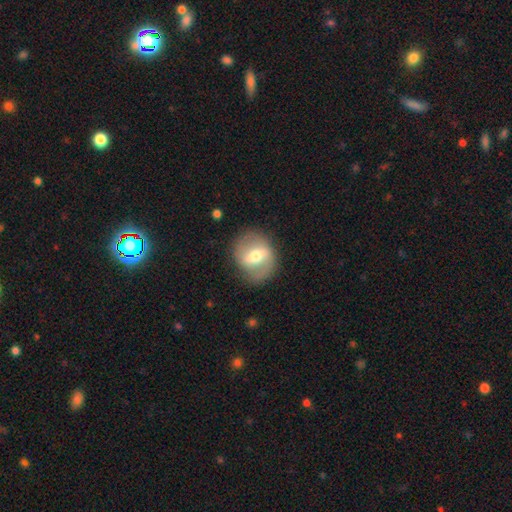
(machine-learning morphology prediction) This appears to be a featured or disk galaxy (59%) with a weak bar (43%), spiral arms (59%) and a moderate central bulge (68%). Merging: none (78%).